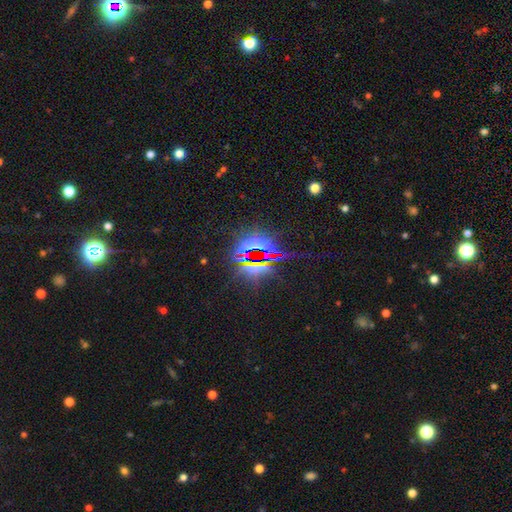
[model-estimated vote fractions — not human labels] Smooth or featured?
  - star or artifact: 82% *
  - smooth: 10%
  - featured or disk: 8%